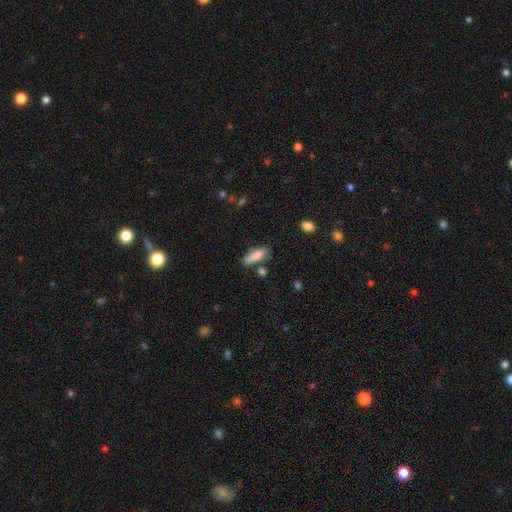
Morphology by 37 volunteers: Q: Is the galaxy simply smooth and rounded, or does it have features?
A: smooth — 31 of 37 (84%).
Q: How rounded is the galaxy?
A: cigar-shaped — 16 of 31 (52%).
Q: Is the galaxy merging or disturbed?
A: none — 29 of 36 (81%).